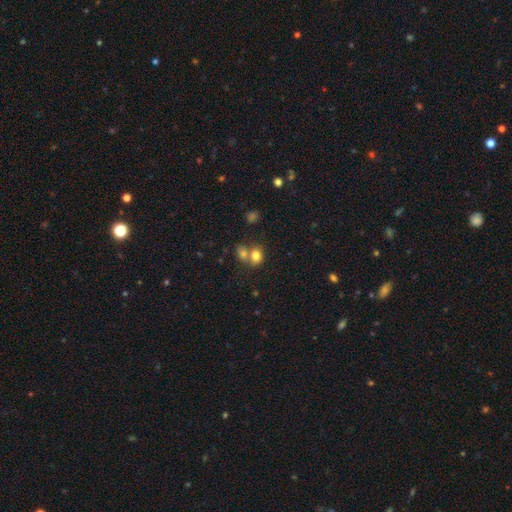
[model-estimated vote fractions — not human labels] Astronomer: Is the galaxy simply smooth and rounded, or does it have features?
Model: smooth — 78%.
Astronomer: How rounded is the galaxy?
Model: in between — 51% (runner-up: round, 48%).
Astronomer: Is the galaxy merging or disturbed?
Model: merger — 51% (runner-up: none, 36%).